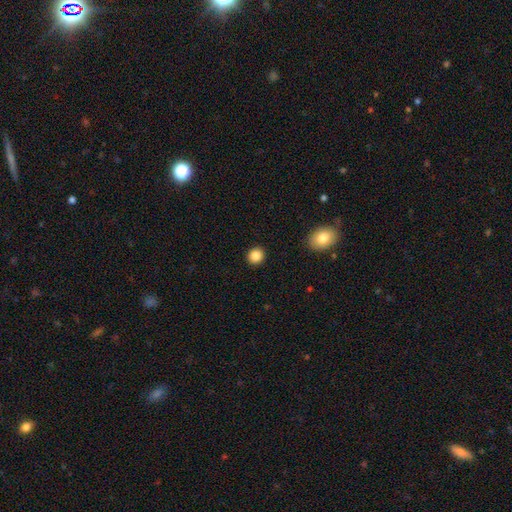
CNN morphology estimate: Smooth or featured: smooth — 86% (star or artifact — 10%)
How rounded: round — 89% (in between — 10%)
Merging: none — 92% (minor disturbance — 5%)